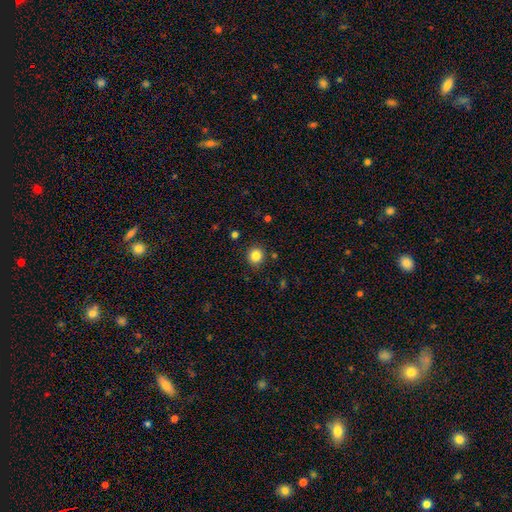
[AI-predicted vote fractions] Morphology: type=smooth (84%); roundness=round (91%); merging=none (89%).